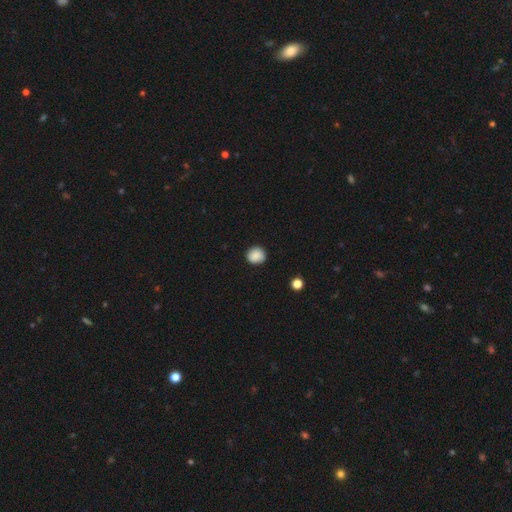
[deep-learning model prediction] A smooth galaxy with no disk features (88%) that is round (83%).

Vote fractions:
- Smooth or featured? smooth: 88% / star or artifact: 9% / featured or disk: 3%
- How rounded? round: 83% / in between: 16% / cigar-shaped: 1%
- Merging? none: 87% / minor disturbance: 10% / major disturbance: 2% / merger: 1%